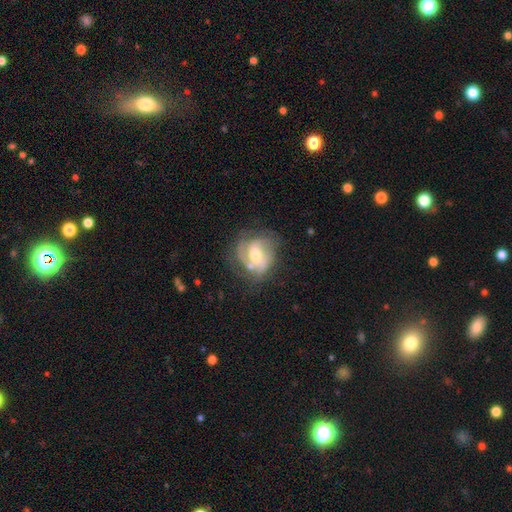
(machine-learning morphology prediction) This appears to be a featured or disk galaxy (76%) with a weak bar (43%), 2 (42%) medium (42%) spiral arms (88%) and a moderate central bulge (65%). Merging: none (57%).